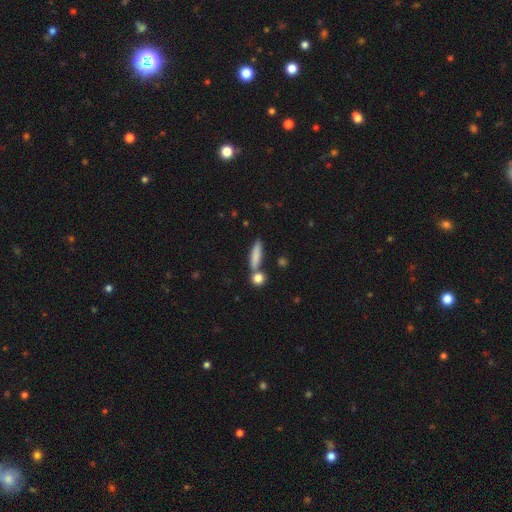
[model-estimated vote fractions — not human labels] Morphology: type=smooth (80%); roundness=cigar-shaped (73%); merging=none (71%).